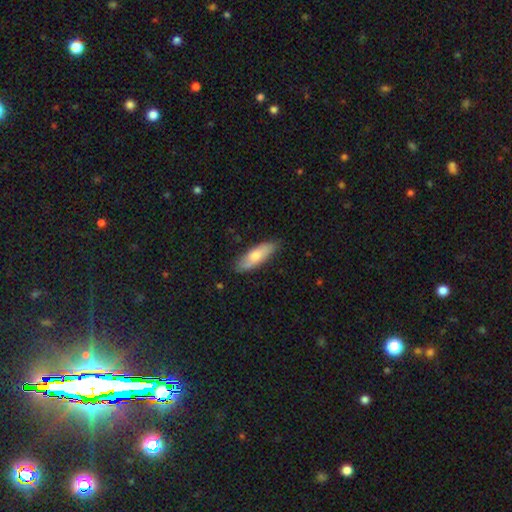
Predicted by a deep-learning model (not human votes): smooth_or_featured: smooth (p=0.71) [alt: featured or disk p=0.23]
how_rounded: in between (p=0.55) [alt: cigar-shaped p=0.43]
merging: none (p=0.84) [alt: minor disturbance p=0.13]